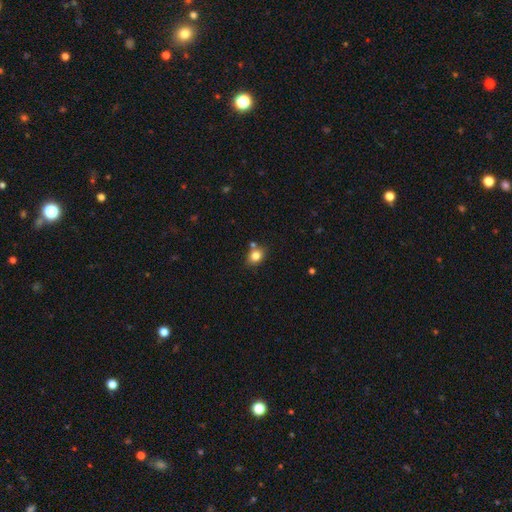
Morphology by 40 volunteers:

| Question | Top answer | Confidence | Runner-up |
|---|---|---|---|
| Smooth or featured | smooth | 88% | featured or disk (10%) |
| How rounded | round | 74% | in between (26%) |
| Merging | none | 79% | minor disturbance (10%) |